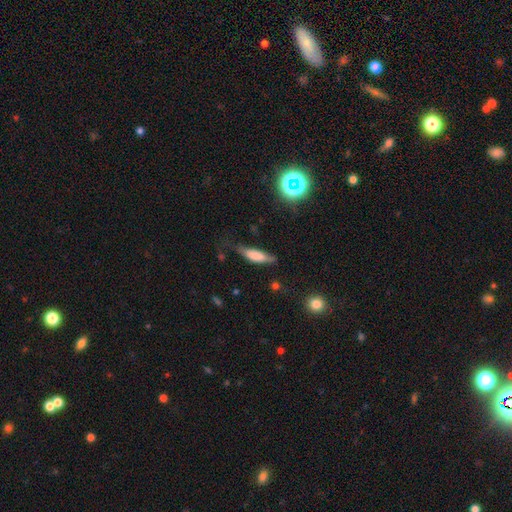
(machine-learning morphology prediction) A smooth galaxy with no disk features (68%) that is cigar-shaped (54%).

Vote fractions:
- Smooth or featured? smooth: 68% / featured or disk: 23% / star or artifact: 8%
- How rounded? cigar-shaped: 54% / in between: 44% / round: 2%
- Merging? none: 53% / minor disturbance: 32% / major disturbance: 13% / merger: 3%